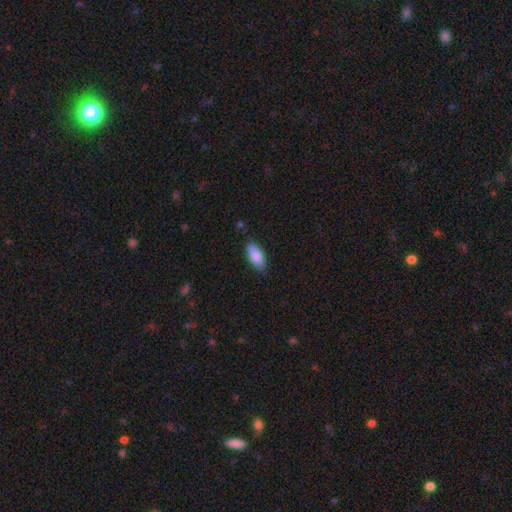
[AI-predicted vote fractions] A smooth galaxy with no disk features (87%) that is in between round and cigar-shaped (88%).

Vote fractions:
- Smooth or featured? smooth: 87% / featured or disk: 7% / star or artifact: 6%
- How rounded? in between: 88% / cigar-shaped: 10% / round: 2%
- Merging? none: 79% / minor disturbance: 17% / major disturbance: 3% / merger: 1%